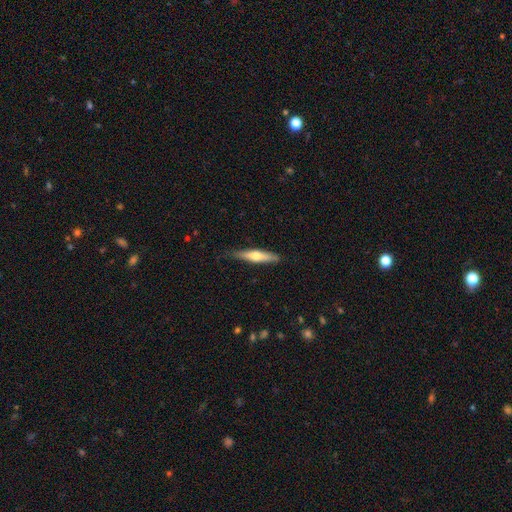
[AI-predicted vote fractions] smooth 50%, featured or disk 44%, star or artifact 5%. Down the decision tree: how rounded — cigar-shaped (82%); merging — none (81%).